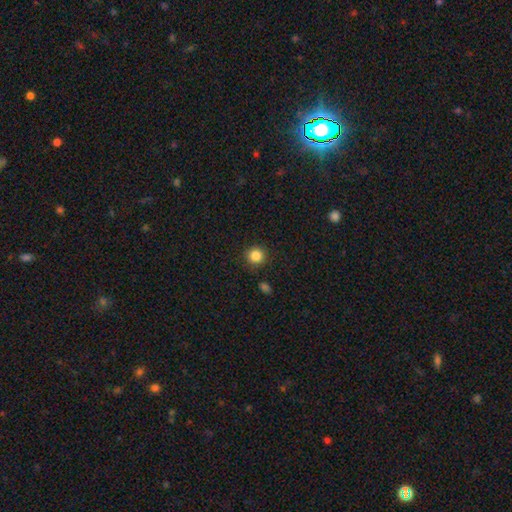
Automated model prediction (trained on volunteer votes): A smooth galaxy with no disk features (85%) that is round (93%). Merging: none (89%).